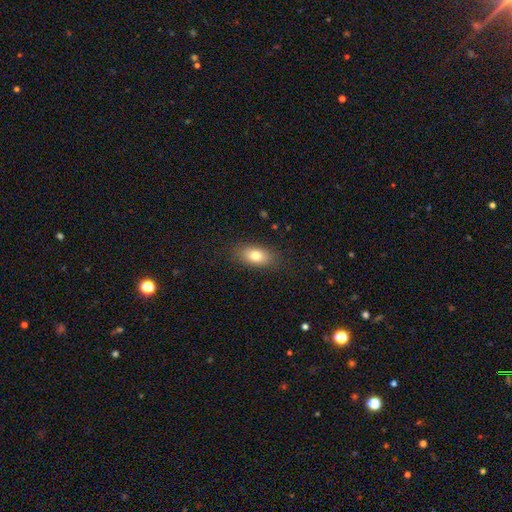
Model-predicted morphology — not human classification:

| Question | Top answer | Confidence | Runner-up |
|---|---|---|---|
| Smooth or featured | smooth | 80% | featured or disk (12%) |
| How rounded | in between | 87% | round (8%) |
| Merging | none | 85% | minor disturbance (11%) |